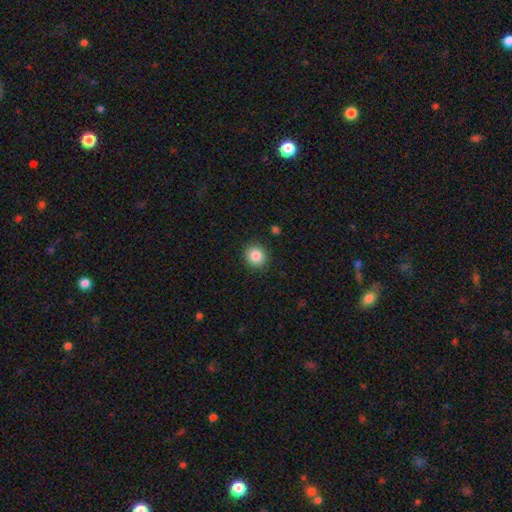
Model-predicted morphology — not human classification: smooth 85%, star or artifact 9%, featured or disk 5%. Down the decision tree: how rounded — round (84%); merging — none (90%).